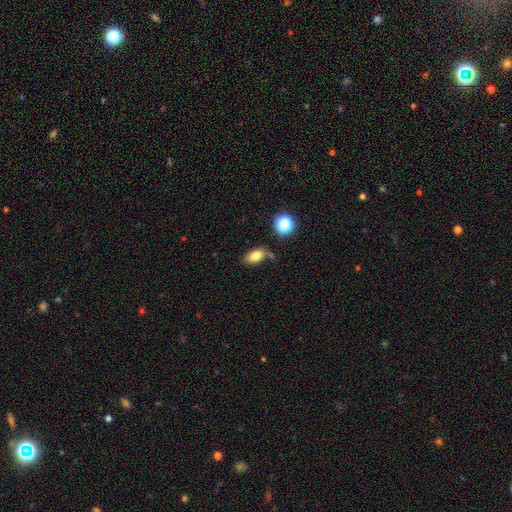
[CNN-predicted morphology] This is likely a smooth galaxy (79%). How rounded: clearly in between (87%). Merging: likely none (61%).